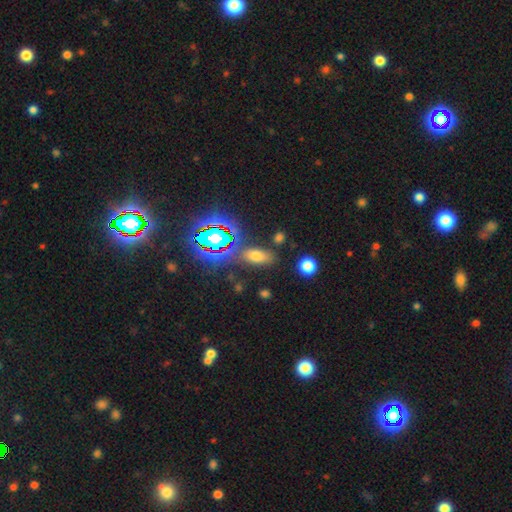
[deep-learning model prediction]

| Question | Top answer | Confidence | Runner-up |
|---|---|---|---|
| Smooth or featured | smooth | 63% | star or artifact (24%) |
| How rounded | in between | 79% | cigar-shaped (13%) |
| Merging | none | 78% | minor disturbance (12%) |